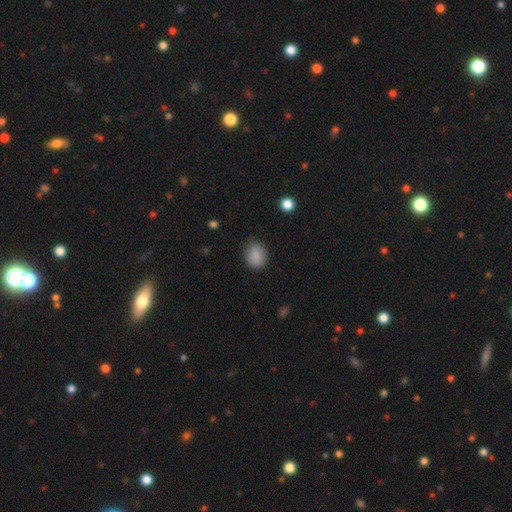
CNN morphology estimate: Q: Smooth or featured?
A: smooth (87%); runner-up: star or artifact (9%)
Q: How rounded?
A: round (62%); runner-up: in between (37%)
Q: Merging?
A: none (81%); runner-up: minor disturbance (14%)